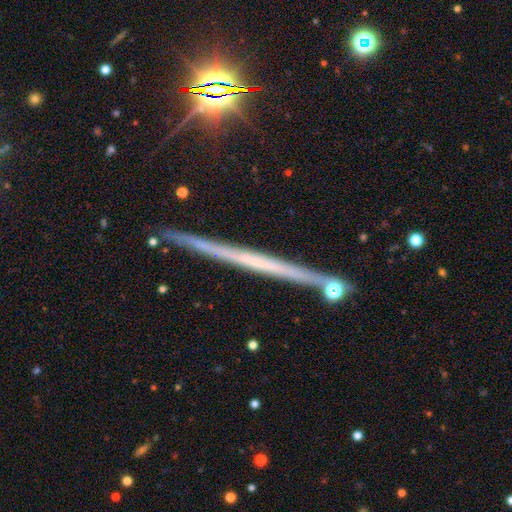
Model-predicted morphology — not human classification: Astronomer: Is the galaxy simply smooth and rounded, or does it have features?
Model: featured or disk — 62%.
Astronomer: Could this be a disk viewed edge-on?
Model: yes — 97%.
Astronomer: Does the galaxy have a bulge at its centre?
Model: none — 87%.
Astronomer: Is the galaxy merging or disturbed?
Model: none — 88%.